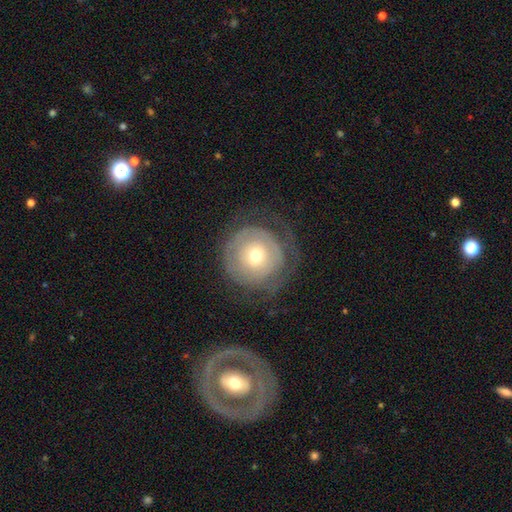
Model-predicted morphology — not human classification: A featured or disk galaxy (56%) with no bar (79%), spiral arms (55%) and a moderate central bulge (55%). Merging: none (64%).